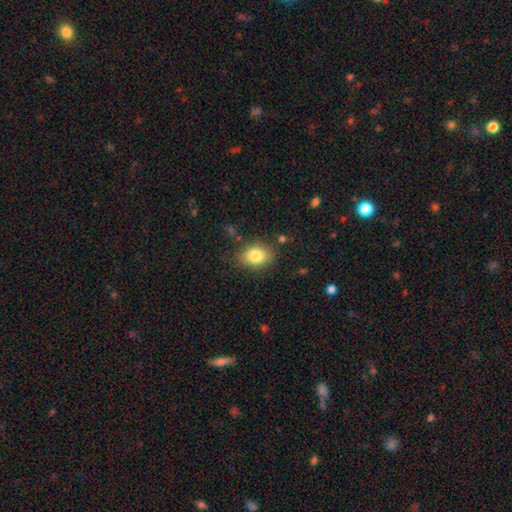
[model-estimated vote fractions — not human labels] smooth_or_featured: smooth (p=0.82) [alt: featured or disk p=0.09]
how_rounded: in between (p=0.69) [alt: round p=0.30]
merging: none (p=0.78) [alt: minor disturbance p=0.15]